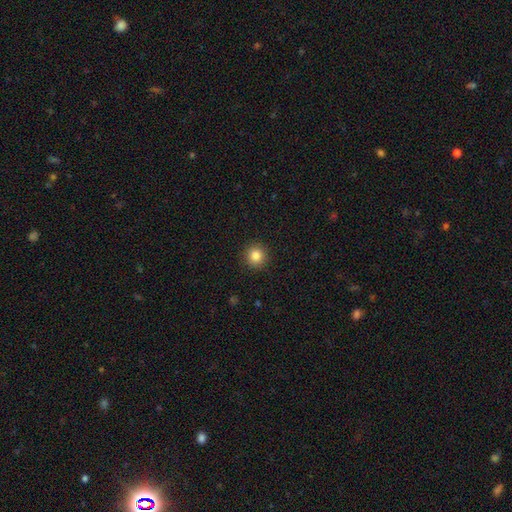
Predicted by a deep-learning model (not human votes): The model was most divided on "smooth or featured": smooth: 84%, star or artifact: 11%, featured or disk: 5%. More confident: how rounded — round (94%); merging — none (92%).